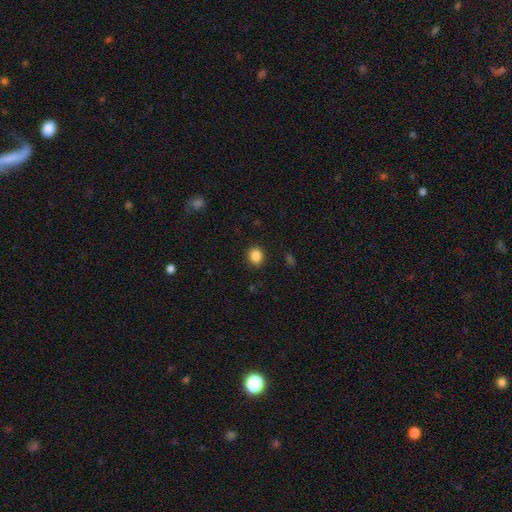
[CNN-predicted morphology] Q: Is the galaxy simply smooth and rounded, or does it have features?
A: smooth — 87%.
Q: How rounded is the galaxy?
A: round — 71%.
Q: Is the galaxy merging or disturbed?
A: none — 90%.